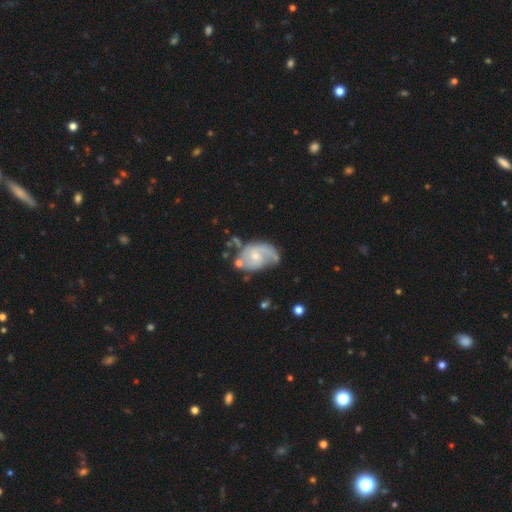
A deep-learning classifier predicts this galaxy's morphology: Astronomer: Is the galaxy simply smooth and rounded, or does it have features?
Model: featured or disk — 77%.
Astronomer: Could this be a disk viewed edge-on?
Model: no — 97%.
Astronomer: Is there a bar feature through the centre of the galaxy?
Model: no — 64%.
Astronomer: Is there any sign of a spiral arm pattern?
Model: yes — 90%.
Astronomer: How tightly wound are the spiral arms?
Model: medium — 42% (runner-up: tight, 31%).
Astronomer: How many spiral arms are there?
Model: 2 — 56%.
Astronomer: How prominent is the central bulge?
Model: small — 57% (runner-up: moderate, 37%).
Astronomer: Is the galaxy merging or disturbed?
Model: none — 48% (runner-up: minor disturbance, 27%).